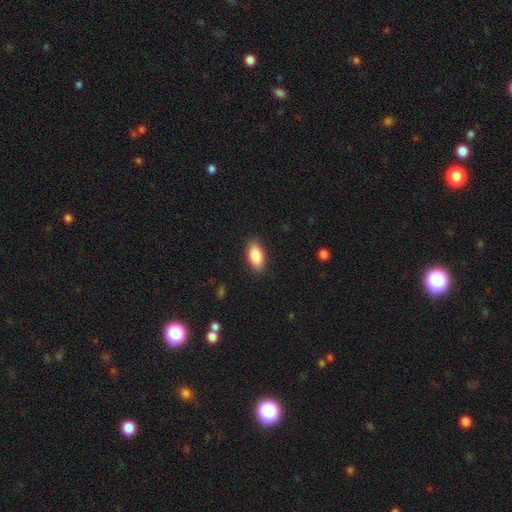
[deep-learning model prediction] Smooth or featured? smooth (87%)
How rounded? in between (92%)
Merging? none (88%)